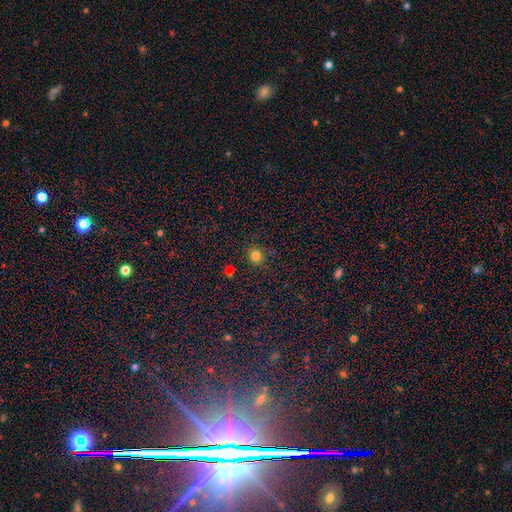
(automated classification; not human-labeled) Smooth or featured? smooth (80%)
How rounded? round (89%)
Merging? none (86%)